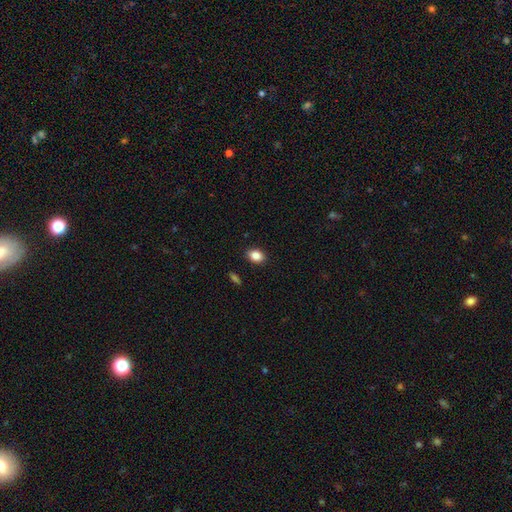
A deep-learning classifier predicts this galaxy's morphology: A smooth galaxy with no disk features (86%) that is in between round and cigar-shaped (73%).

Vote fractions:
- Smooth or featured? smooth: 86% / star or artifact: 9% / featured or disk: 5%
- How rounded? in between: 73% / round: 25% / cigar-shaped: 1%
- Merging? none: 89% / minor disturbance: 8% / major disturbance: 2% / merger: 1%